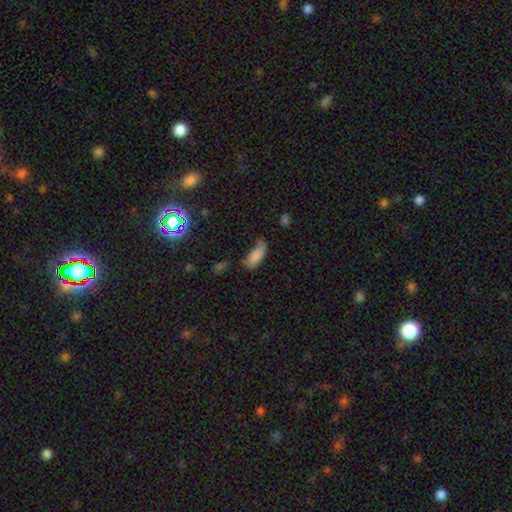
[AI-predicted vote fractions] This is likely a smooth galaxy (79%). How rounded: clearly in between (83%). Merging: marginally none (38%).